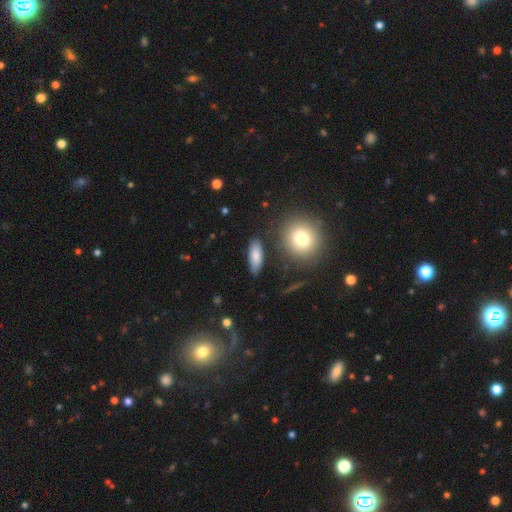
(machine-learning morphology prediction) The model was most divided on "how rounded": in between: 70%, cigar-shaped: 25%, round: 4%. More confident: merging — none (83%); smooth or featured — smooth (81%).